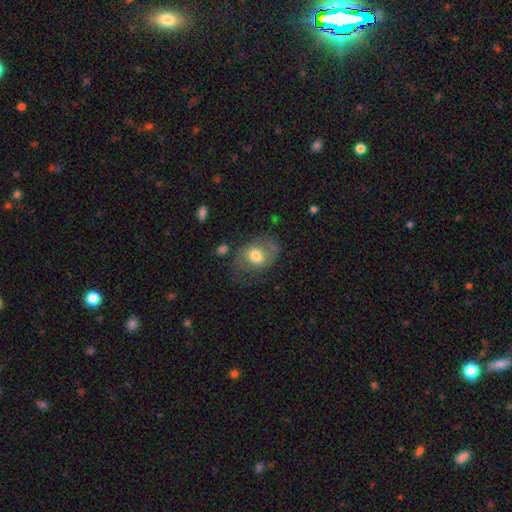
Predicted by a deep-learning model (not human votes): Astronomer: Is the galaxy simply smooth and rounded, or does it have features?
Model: smooth — 56% (runner-up: featured or disk, 36%).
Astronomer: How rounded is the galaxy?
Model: in between — 63%.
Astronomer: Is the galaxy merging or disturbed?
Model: none — 52%.